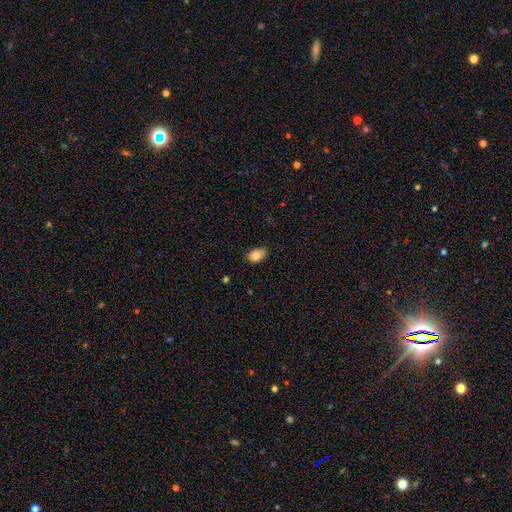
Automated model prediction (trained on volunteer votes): smooth-or-featured: smooth: 83% | star or artifact: 8% | featured or disk: 8%
  how-rounded: in between: 87% | round: 12% | cigar-shaped: 1%
  merging: none: 75% | minor disturbance: 20% | major disturbance: 3% | merger: 1%